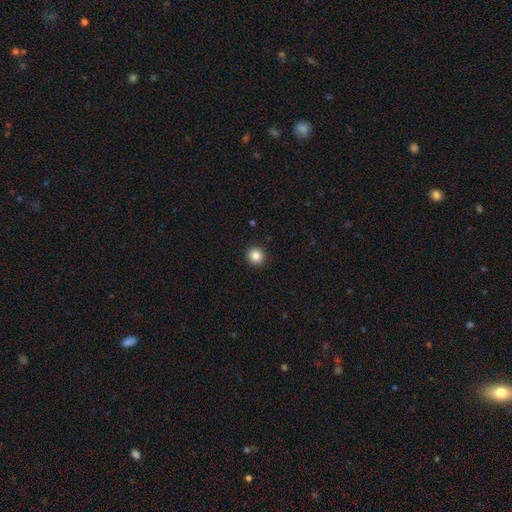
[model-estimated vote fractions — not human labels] A smooth galaxy with no disk features (85%) that is round (91%). Merging: none (93%).